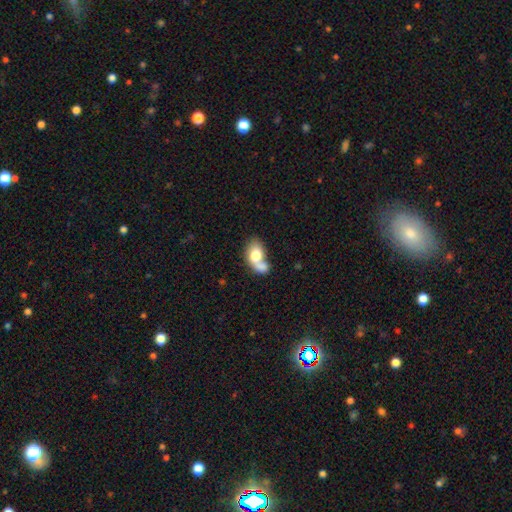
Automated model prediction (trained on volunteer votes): Overall: smooth (71%). How rounded: in between (81%). Merging: merger (60%).